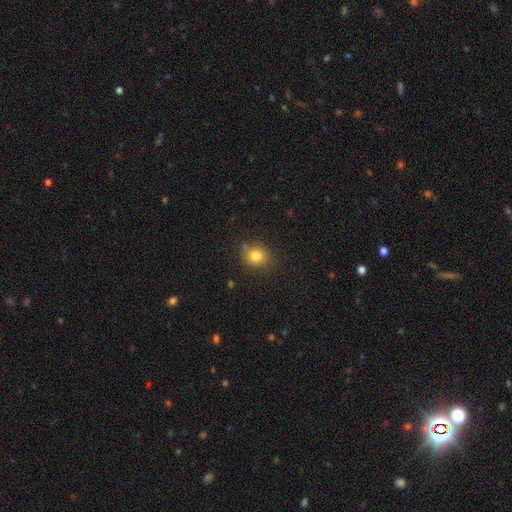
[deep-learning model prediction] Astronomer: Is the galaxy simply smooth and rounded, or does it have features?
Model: smooth — 81%.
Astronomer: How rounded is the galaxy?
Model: round — 78%.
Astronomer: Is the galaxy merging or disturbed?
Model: none — 77%.